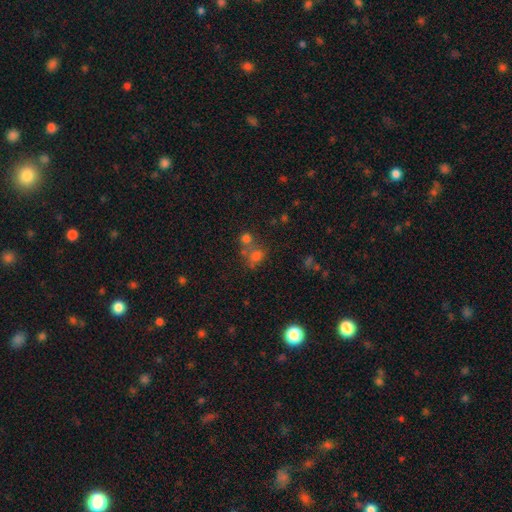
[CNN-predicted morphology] A smooth galaxy with no disk features (64%) that is round (75%). Merging: none (47%).